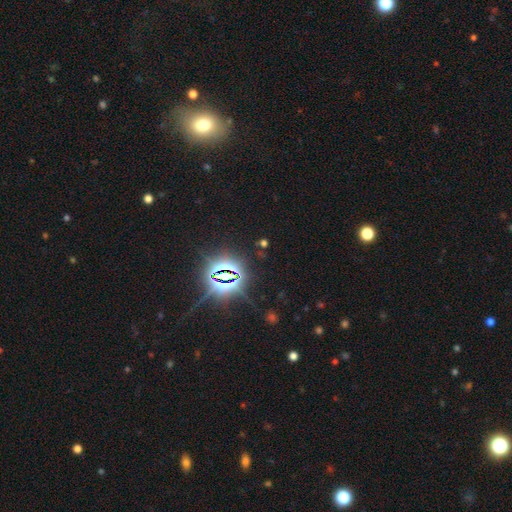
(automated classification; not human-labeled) Morphology: type=star or artifact (81%).